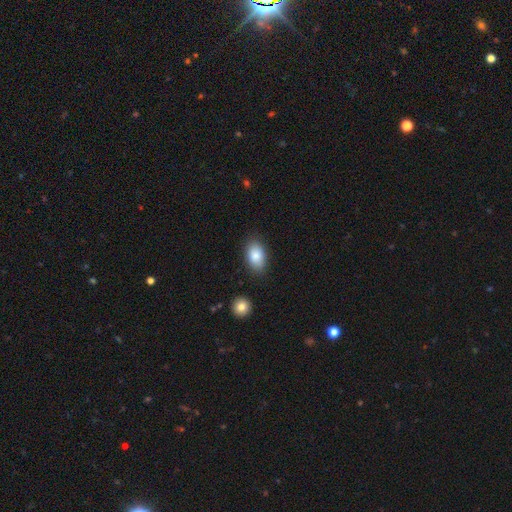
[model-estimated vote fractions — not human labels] Smooth or featured: smooth — 86% (featured or disk — 7%)
How rounded: in between — 90% (round — 8%)
Merging: none — 84% (minor disturbance — 11%)